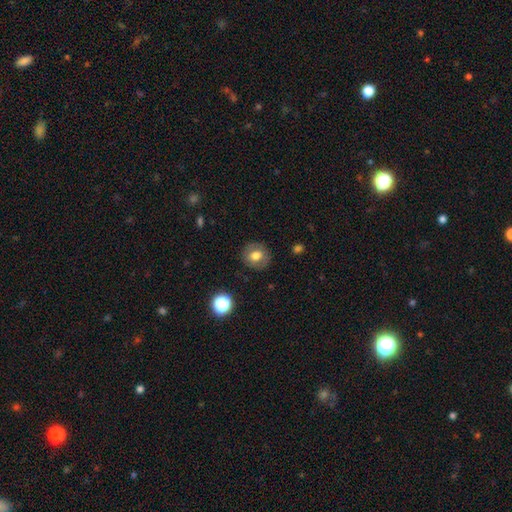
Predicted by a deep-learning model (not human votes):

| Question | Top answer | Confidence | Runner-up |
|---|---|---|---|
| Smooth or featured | smooth | 69% | featured or disk (20%) |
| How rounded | round | 83% | in between (16%) |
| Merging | none | 86% | minor disturbance (9%) |